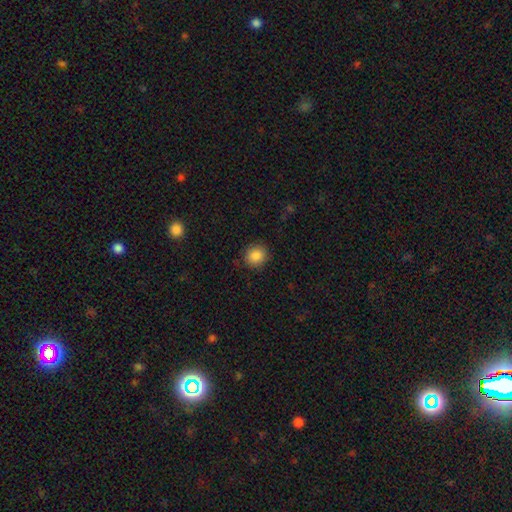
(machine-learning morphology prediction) The model was most divided on "how rounded": round: 87%, in between: 12%, cigar-shaped: 1%. More confident: merging — none (88%); smooth or featured — smooth (87%).